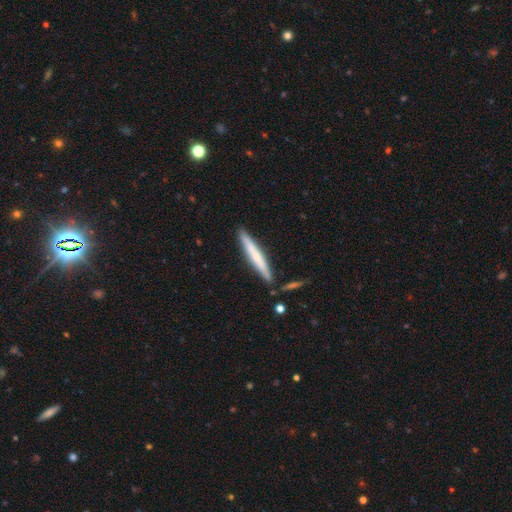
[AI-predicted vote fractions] Smooth or featured: smooth — 56% (featured or disk — 39%)
How rounded: cigar-shaped — 95% (in between — 4%)
Merging: none — 84% (minor disturbance — 10%)